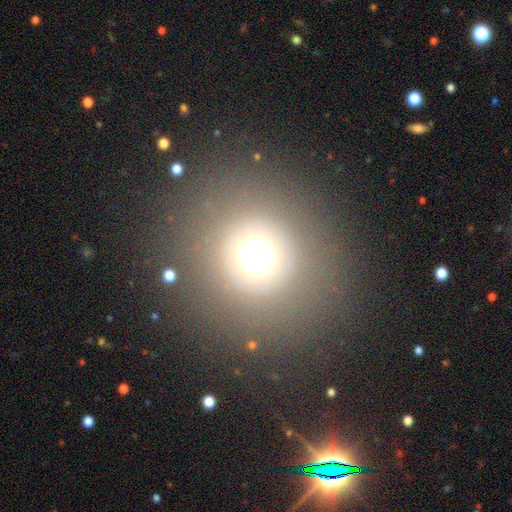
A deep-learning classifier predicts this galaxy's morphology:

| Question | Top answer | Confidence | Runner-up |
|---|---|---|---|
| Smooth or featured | smooth | 65% | star or artifact (21%) |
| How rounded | round | 92% | in between (7%) |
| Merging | none | 82% | minor disturbance (9%) |